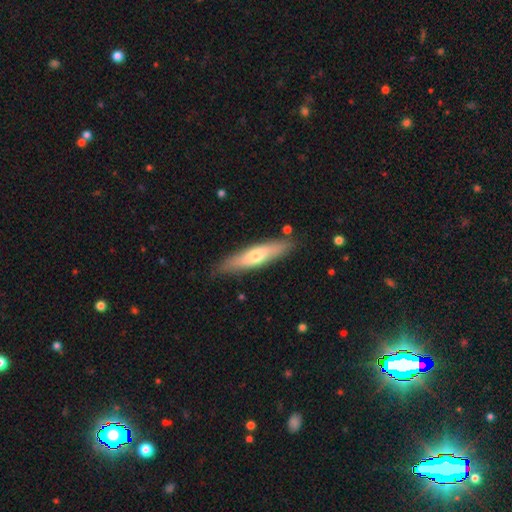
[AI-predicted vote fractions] Morphology: type=smooth (53%); roundness=cigar-shaped (78%); merging=none (86%).